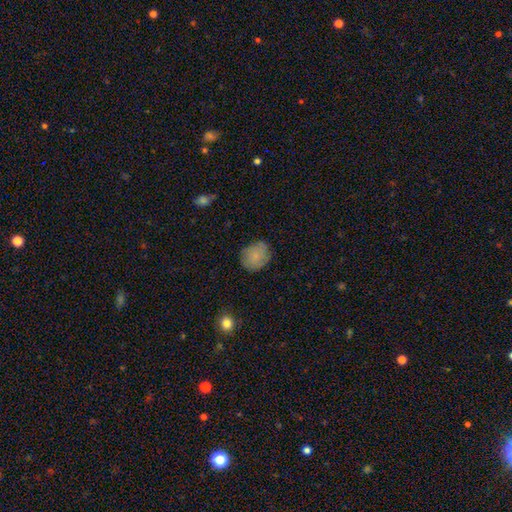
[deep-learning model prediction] Smooth or featured: smooth — 79% (featured or disk — 13%)
How rounded: round — 66% (in between — 33%)
Merging: none — 78% (minor disturbance — 17%)